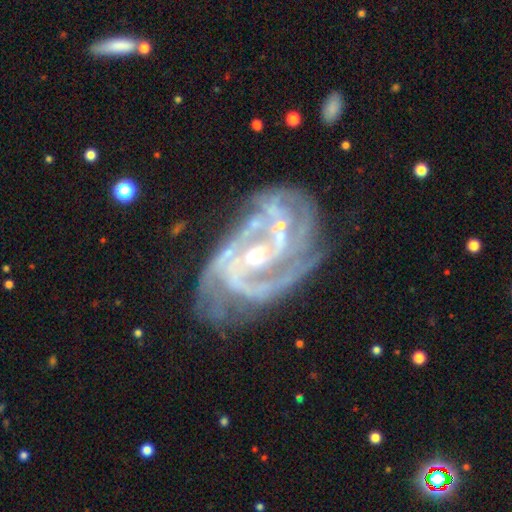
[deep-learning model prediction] A featured or disk galaxy (91%) with no bar (44%), 2 (35%) tight (48%) spiral arms (97%) and a small central bulge (51%). Merging: none (50%).